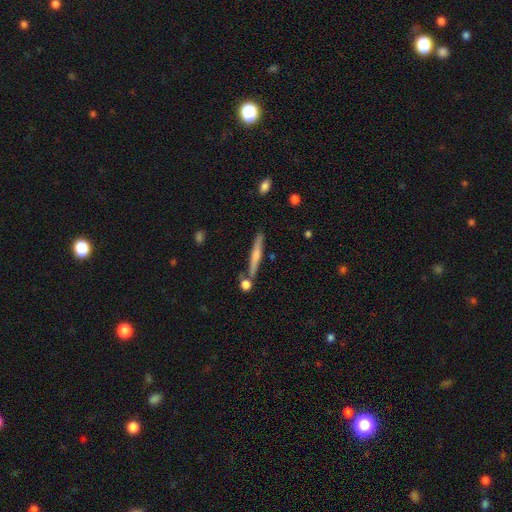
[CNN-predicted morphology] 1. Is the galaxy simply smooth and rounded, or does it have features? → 49% smooth, 45% featured or disk, 6% star or artifact.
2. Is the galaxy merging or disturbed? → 79% none, 10% minor disturbance, 8% merger, 2% major disturbance.